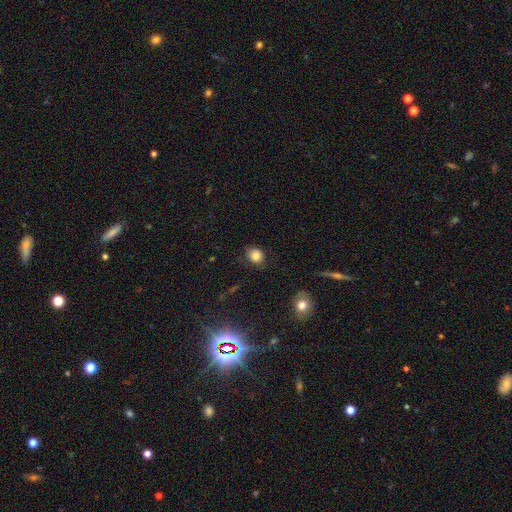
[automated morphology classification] type=smooth (83%); roundness=round (62%); merging=none (75%).